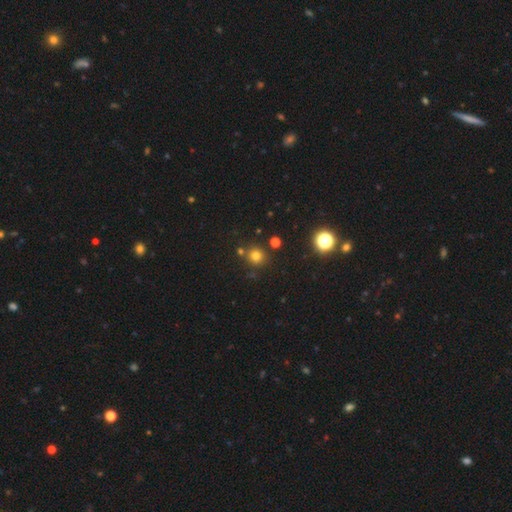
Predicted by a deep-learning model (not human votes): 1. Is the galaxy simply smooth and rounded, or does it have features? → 75% smooth, 19% star or artifact, 6% featured or disk.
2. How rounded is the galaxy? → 91% round, 8% in between, 1% cigar-shaped.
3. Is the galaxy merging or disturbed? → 80% none, 9% merger, 8% minor disturbance, 3% major disturbance.